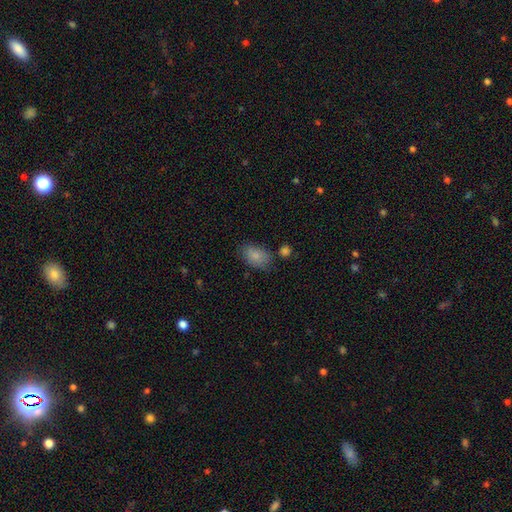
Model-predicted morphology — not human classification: Q: Smooth or featured?
A: smooth (84%); runner-up: star or artifact (8%)
Q: How rounded?
A: in between (88%); runner-up: round (11%)
Q: Merging?
A: none (71%); runner-up: minor disturbance (19%)